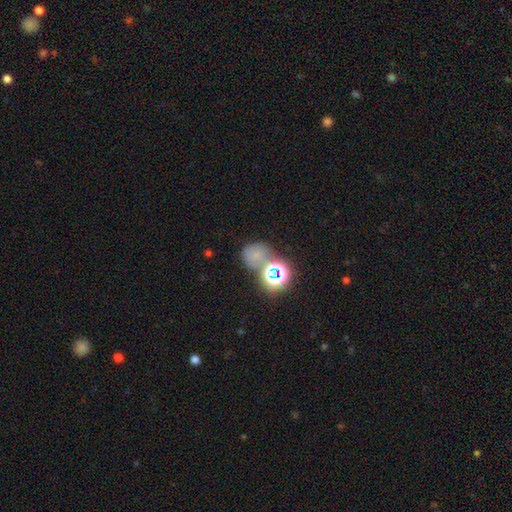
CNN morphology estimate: Overall: smooth (48%; star or artifact 37%). Merging: none (48%; merger 26%).